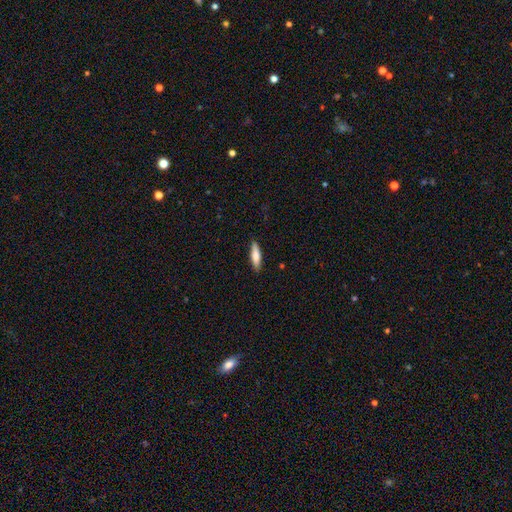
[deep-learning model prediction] This is likely a smooth galaxy (78%). How rounded: possibly cigar-shaped (60%). Merging: clearly none (87%).